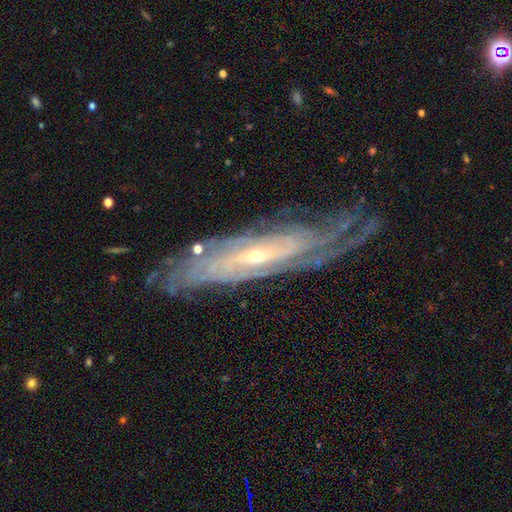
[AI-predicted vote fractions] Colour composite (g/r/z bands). It shows a featured or disk galaxy (87%) with no bar (50%), tight (76%) spiral arms (95%) and a small central bulge (75%). Merging: none (75%).